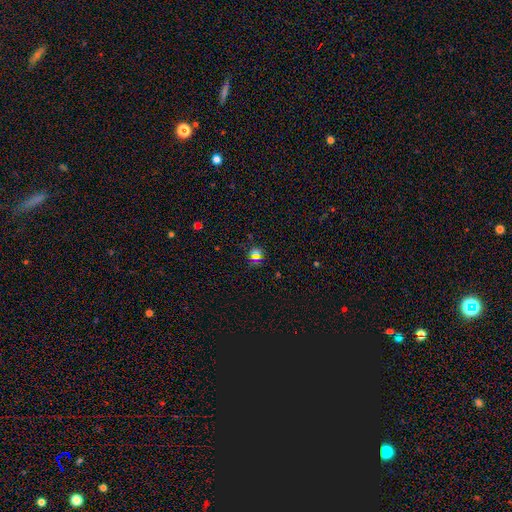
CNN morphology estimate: Smooth or featured?
  - smooth: 52% *
  - star or artifact: 40%
  - featured or disk: 9%
How rounded?
  - round: 88% *
  - in between: 10%
  - cigar-shaped: 1%
Merging?
  - none: 83% *
  - minor disturbance: 10%
  - major disturbance: 4%
  - merger: 3%